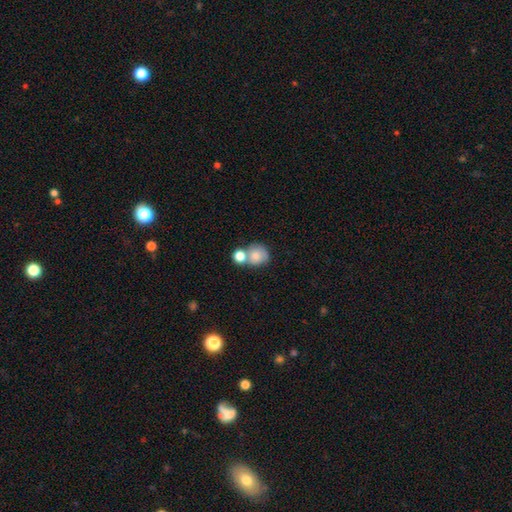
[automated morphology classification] Smooth or featured: smooth — 77% (featured or disk — 15%)
How rounded: round — 75% (in between — 24%)
Merging: merger — 48% (none — 36%)